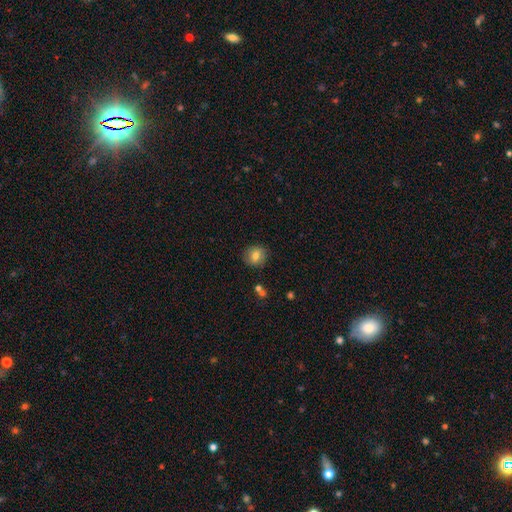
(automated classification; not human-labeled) Smooth or featured? Predicted: smooth (p=0.74). How rounded? Predicted: round (p=0.84). Merging? Predicted: none (p=0.86).